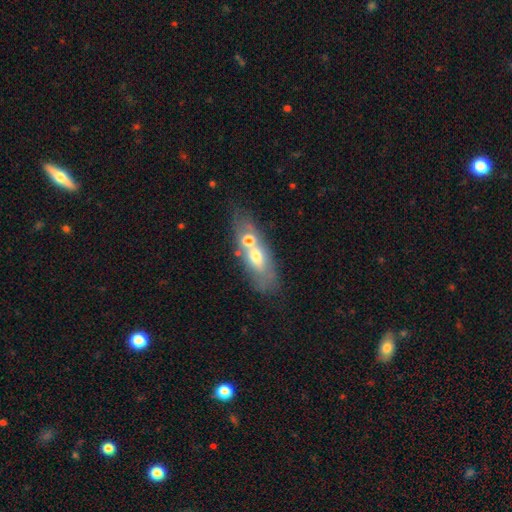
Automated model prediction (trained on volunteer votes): Q: Smooth or featured?
A: smooth (51%); runner-up: featured or disk (39%)
Q: How rounded?
A: in between (67%); runner-up: cigar-shaped (24%)
Q: Merging?
A: merger (42%); runner-up: none (38%)